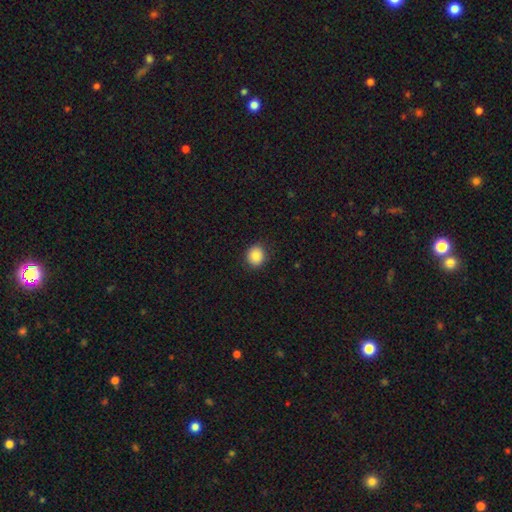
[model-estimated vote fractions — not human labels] Morphology: type=smooth (86%); roundness=round (81%); merging=none (89%).